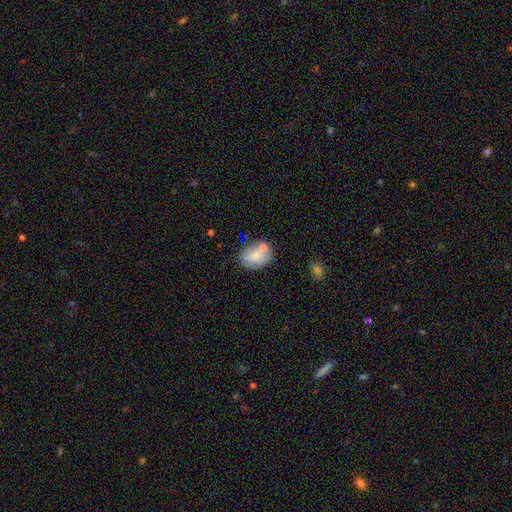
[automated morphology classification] This appears to be a smooth galaxy with no disk features (61%) that is in between round and cigar-shaped (69%). Merging: none (53%).